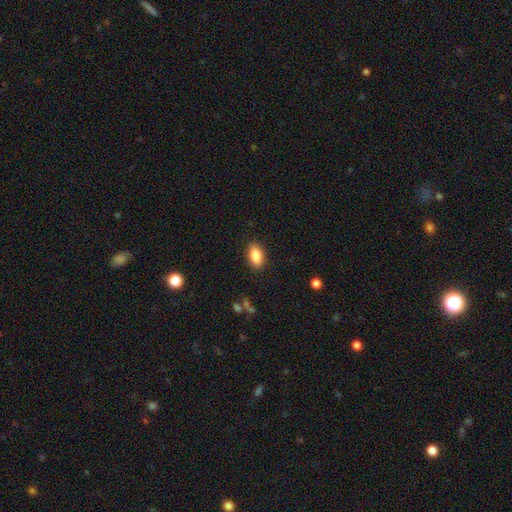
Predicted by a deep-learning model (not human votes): smooth 88%, star or artifact 7%, featured or disk 5%. Down the decision tree: how rounded — in between (91%); merging — none (88%).